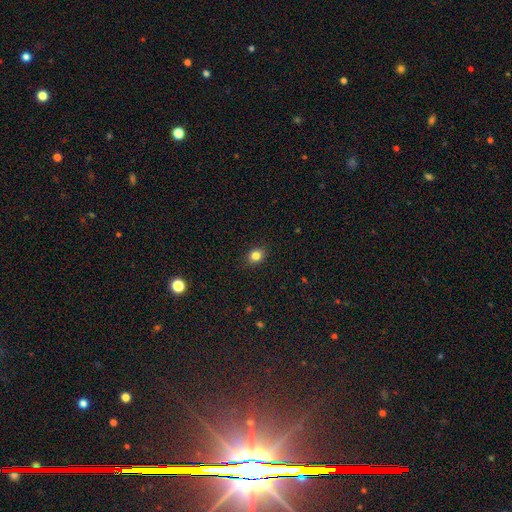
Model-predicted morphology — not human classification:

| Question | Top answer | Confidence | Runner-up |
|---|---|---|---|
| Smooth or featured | smooth | 83% | star or artifact (12%) |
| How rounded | round | 59% | in between (40%) |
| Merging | none | 89% | minor disturbance (8%) |